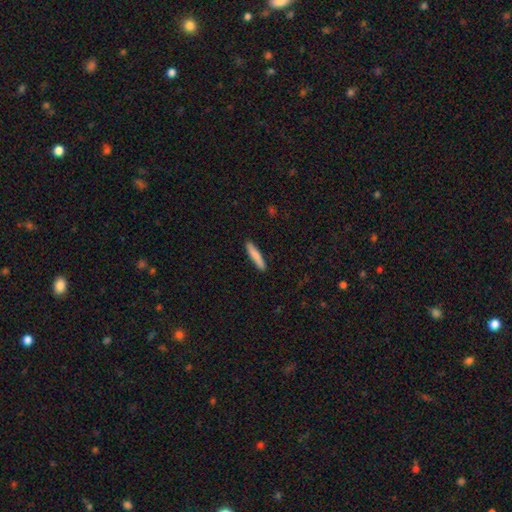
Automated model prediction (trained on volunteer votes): smooth-or-featured: smooth: 80% | featured or disk: 14% | star or artifact: 5%
  how-rounded: cigar-shaped: 90% | in between: 9% | round: 1%
  merging: none: 90% | minor disturbance: 7% | major disturbance: 1% | merger: 1%